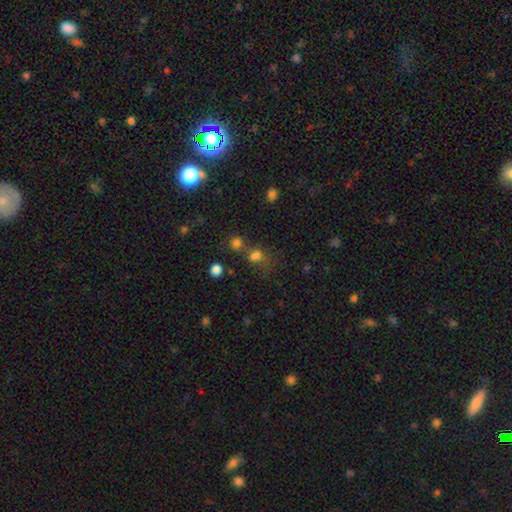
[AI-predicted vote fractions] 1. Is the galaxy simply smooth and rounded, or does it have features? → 70% smooth, 21% star or artifact, 9% featured or disk.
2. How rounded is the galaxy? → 59% round, 39% in between, 2% cigar-shaped.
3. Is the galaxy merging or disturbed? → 45% none, 28% merger, 15% minor disturbance, 12% major disturbance.